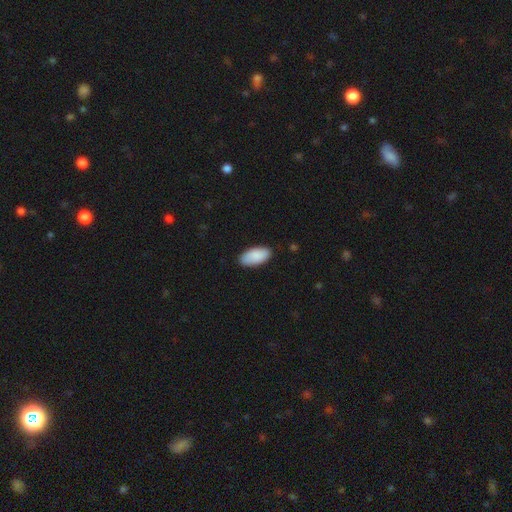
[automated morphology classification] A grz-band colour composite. It shows a smooth galaxy with no disk features (89%) that is in between round and cigar-shaped (94%). Merging: none (87%).